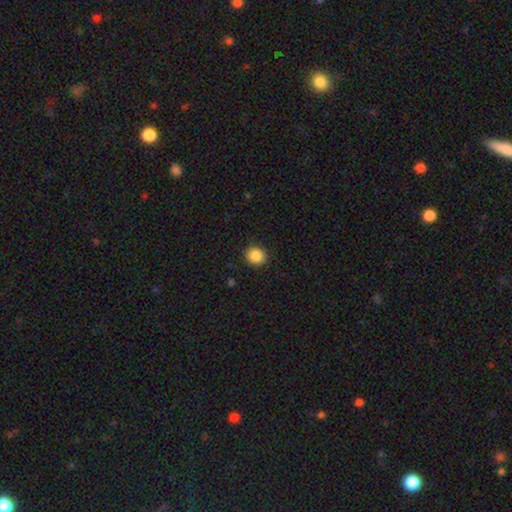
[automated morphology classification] type=smooth (88%); roundness=round (86%); merging=none (90%).